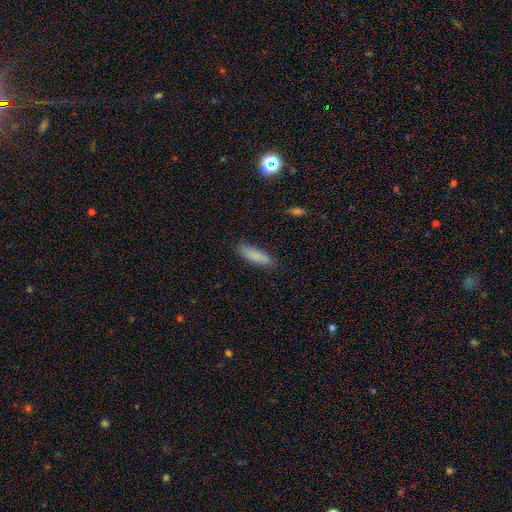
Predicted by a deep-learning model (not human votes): smooth-or-featured: smooth: 86% | featured or disk: 7% | star or artifact: 7%
  how-rounded: cigar-shaped: 61% | in between: 38% | round: 2%
  merging: none: 86% | minor disturbance: 11% | major disturbance: 2% | merger: 1%